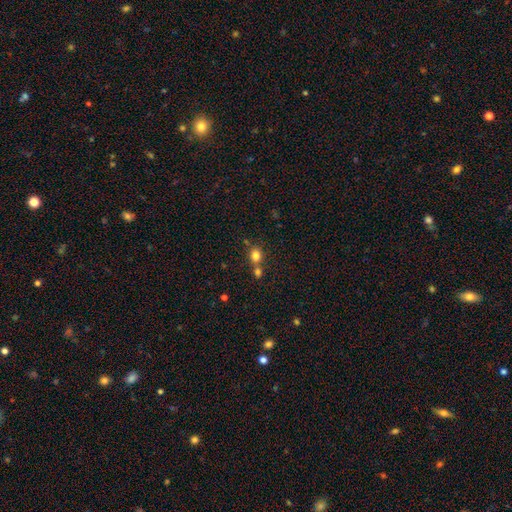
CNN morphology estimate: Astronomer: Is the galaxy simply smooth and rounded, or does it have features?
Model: smooth — 80%.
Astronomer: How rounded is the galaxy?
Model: round — 71%.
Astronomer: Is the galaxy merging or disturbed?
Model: none — 52% (runner-up: merger, 36%).